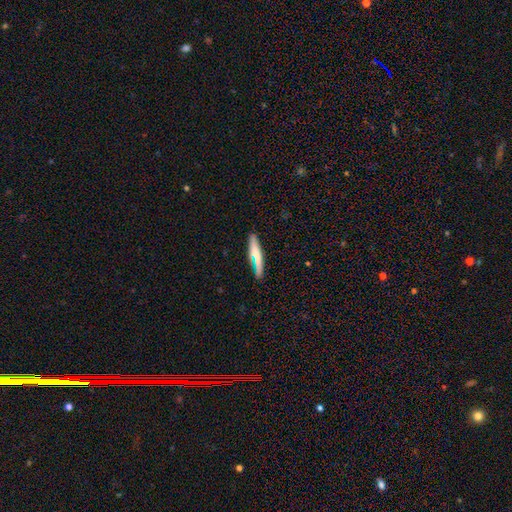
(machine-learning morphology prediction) Overall: smooth (61%; featured or disk 32%). How rounded: cigar-shaped (85%). Merging: none (85%).